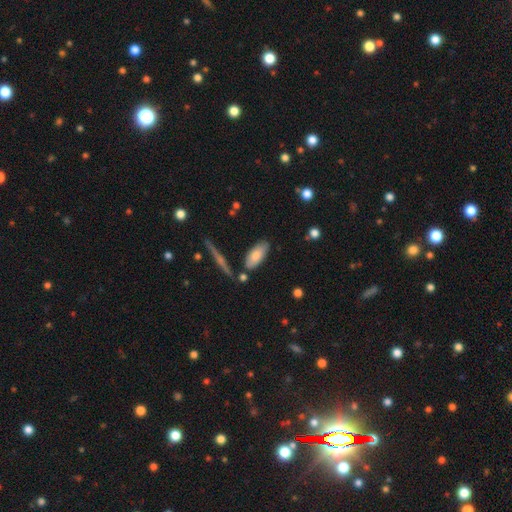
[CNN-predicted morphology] This is likely a smooth galaxy (78%). How rounded: clearly in between (84%). Merging: likely none (74%).